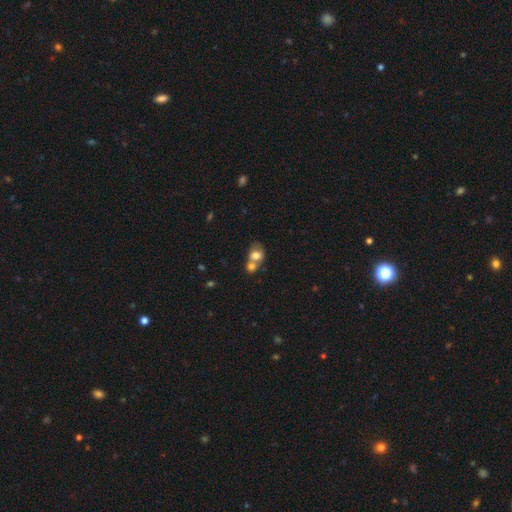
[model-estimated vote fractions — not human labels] Morphology: type=smooth (72%); roundness=round (51%); merging=merger (66%).